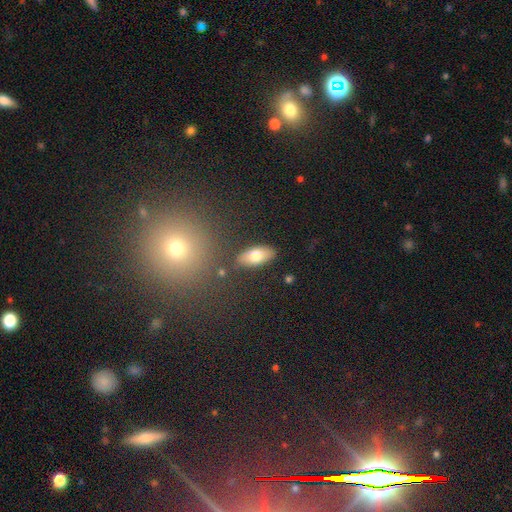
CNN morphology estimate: Smooth or featured? smooth (75%)
How rounded? in between (88%)
Merging? none (83%)